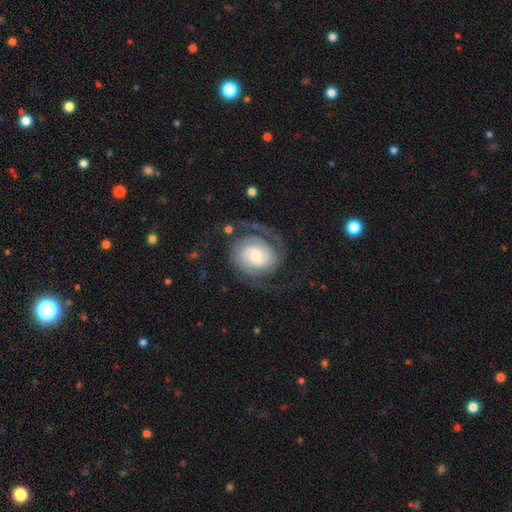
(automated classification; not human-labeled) Overall: featured or disk (84%). Edge-on disk: no (98%). Bar: no (54%; weak 37%). Spiral arms: yes (96%). Spiral arm count: 2 (78%). Spiral winding: tight (48%; medium 37%). Bulge size: moderate (46%; small 36%). Merging: none (66%).